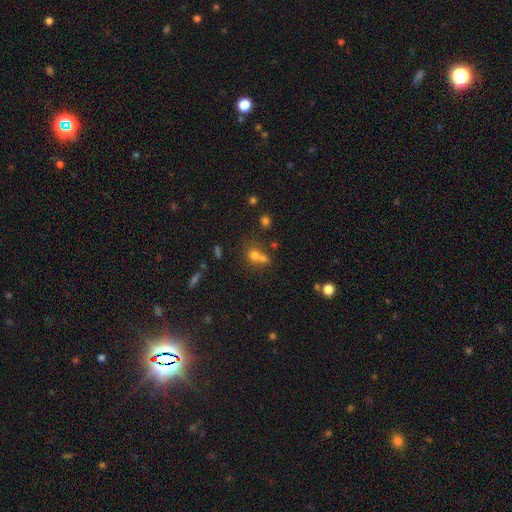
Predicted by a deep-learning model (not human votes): A smooth galaxy with no disk features (68%) that is round (65%). Merging: merger (52%).